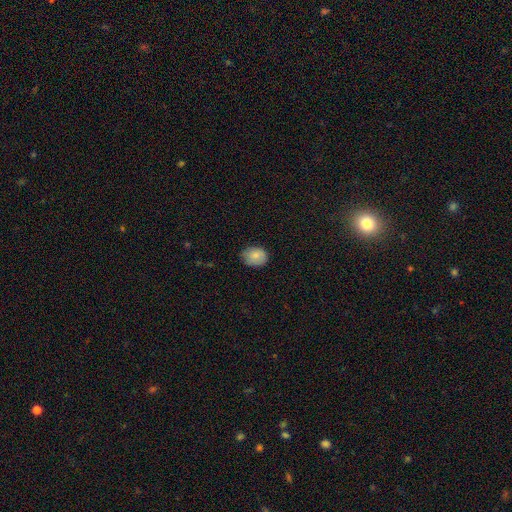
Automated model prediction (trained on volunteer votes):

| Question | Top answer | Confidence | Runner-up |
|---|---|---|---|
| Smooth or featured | smooth | 83% | featured or disk (9%) |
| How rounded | in between | 57% | round (42%) |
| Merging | none | 74% | minor disturbance (22%) |